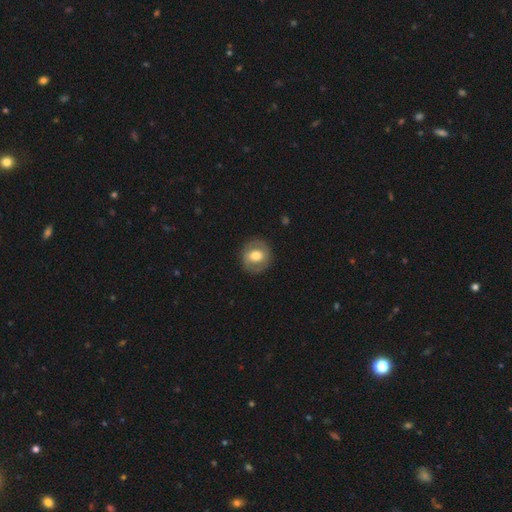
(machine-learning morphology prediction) A smooth galaxy with no disk features (56%) that is round (82%). Merging: none (86%).